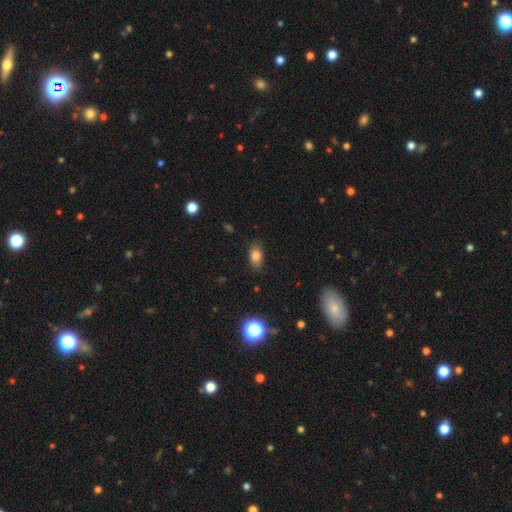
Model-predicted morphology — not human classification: Smooth or featured: smooth — 82% (star or artifact — 10%)
How rounded: in between — 87% (round — 10%)
Merging: none — 83% (minor disturbance — 13%)